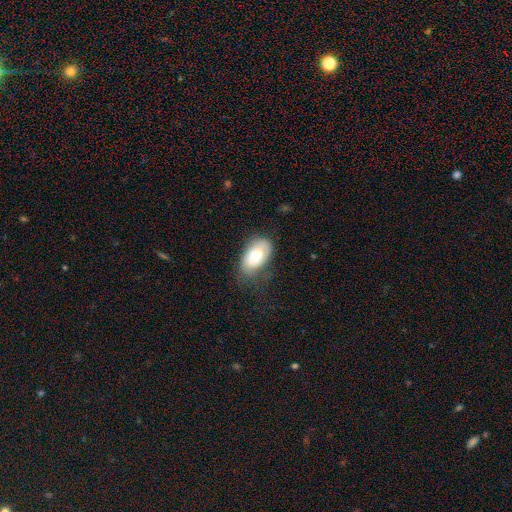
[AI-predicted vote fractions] Morphology: type=smooth (68%); roundness=in between (93%); merging=none (50%).